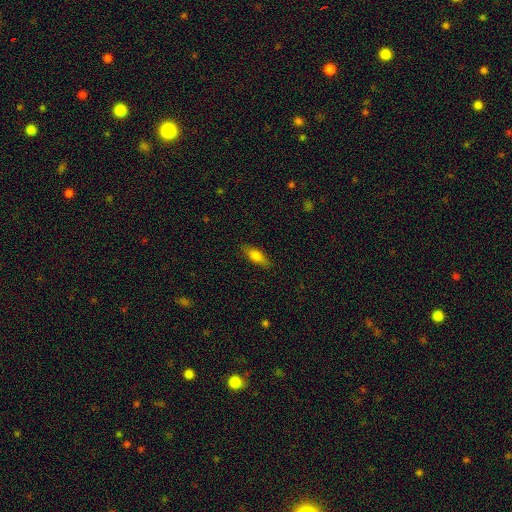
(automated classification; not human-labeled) Smooth or featured: smooth — 72% (featured or disk — 20%)
How rounded: in between — 64% (cigar-shaped — 33%)
Merging: none — 85% (minor disturbance — 11%)